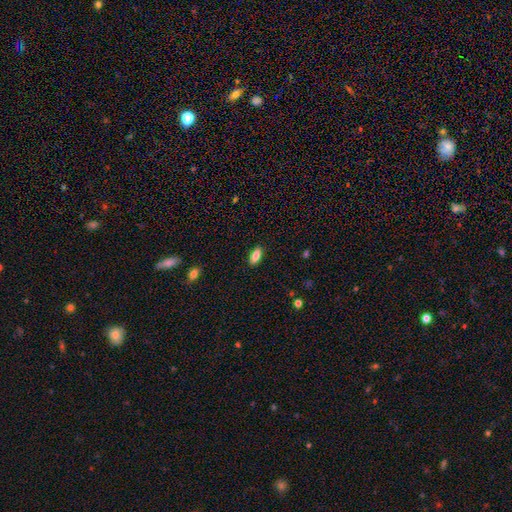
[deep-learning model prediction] Smooth or featured? Predicted: smooth (p=0.83). How rounded? Predicted: in between (p=0.84). Merging? Predicted: none (p=0.89).